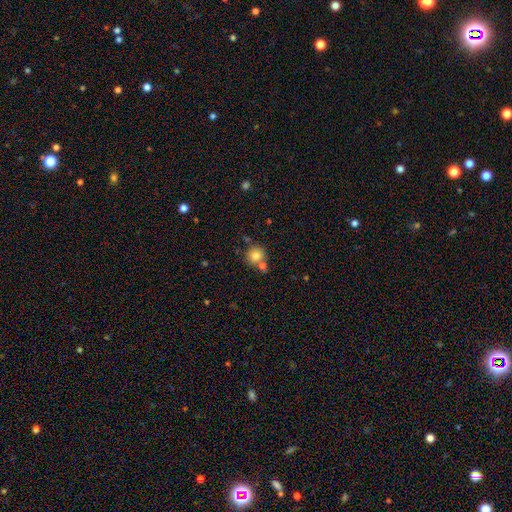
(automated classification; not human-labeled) The model was most divided on "merging": none: 65%, merger: 22%, minor disturbance: 9%, major disturbance: 3%. More confident: how rounded — round (91%); smooth or featured — smooth (80%).